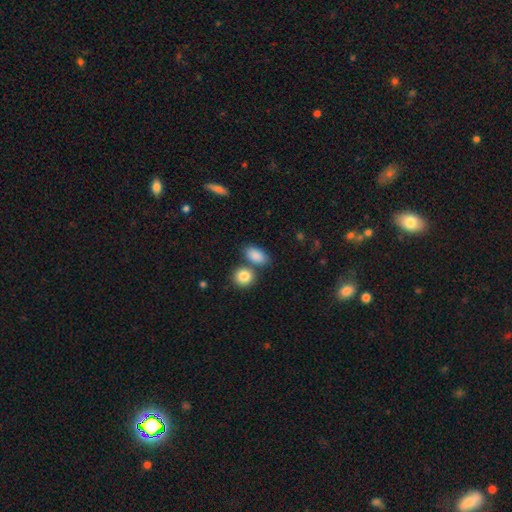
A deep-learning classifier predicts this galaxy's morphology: A smooth galaxy with no disk features (87%) that is in between round and cigar-shaped (86%).

Vote fractions:
- Smooth or featured? smooth: 87% / star or artifact: 7% / featured or disk: 6%
- How rounded? in between: 86% / round: 11% / cigar-shaped: 2%
- Merging? none: 59% / merger: 25% / minor disturbance: 12% / major disturbance: 4%